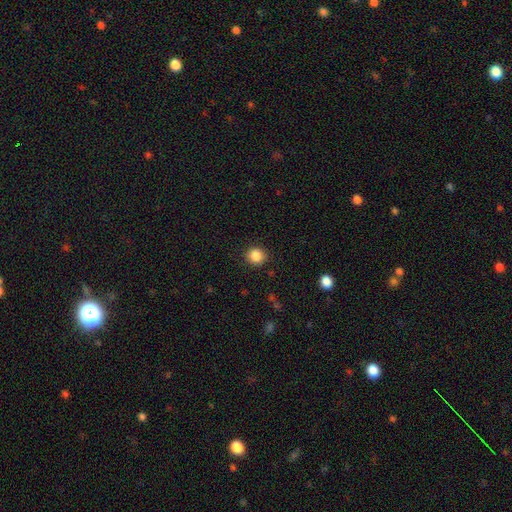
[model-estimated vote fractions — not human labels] A smooth galaxy with no disk features (86%) that is round (90%). Merging: none (90%).